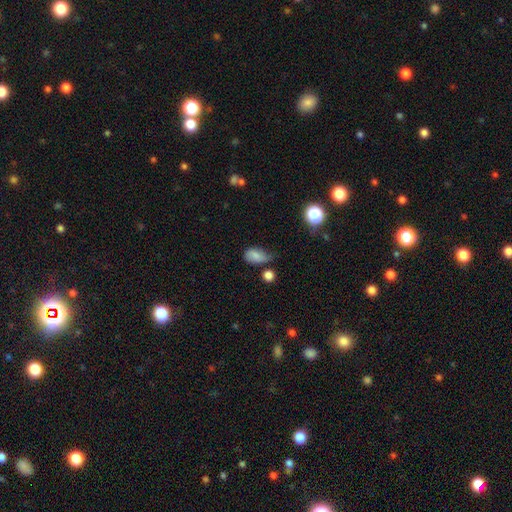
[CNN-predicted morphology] This is likely a smooth galaxy (73%). How rounded: clearly in between (86%). Merging: marginally minor disturbance (41%).